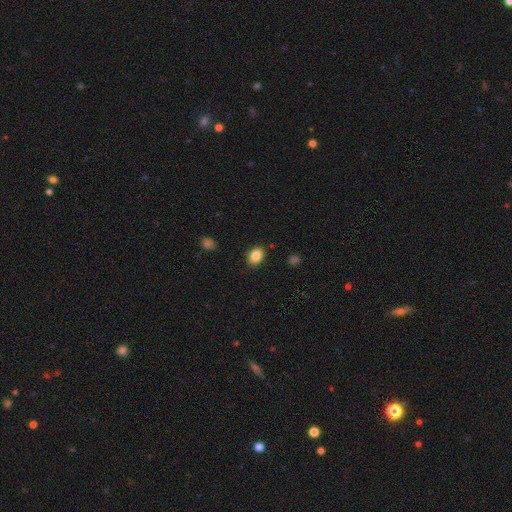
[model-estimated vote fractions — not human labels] Smooth or featured? smooth (87%)
How rounded? in between (71%)
Merging? none (87%)